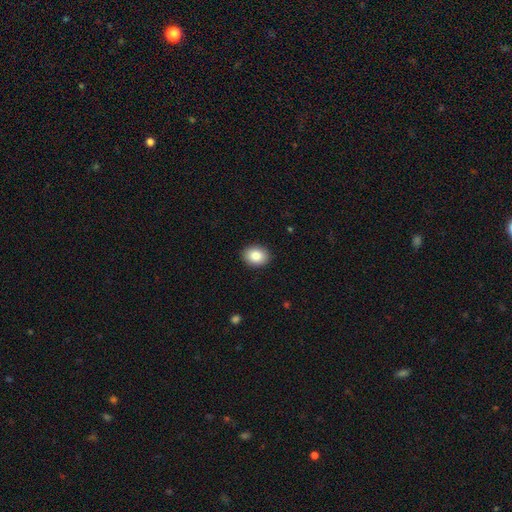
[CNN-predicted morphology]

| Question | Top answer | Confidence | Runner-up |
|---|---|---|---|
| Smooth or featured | smooth | 85% | star or artifact (8%) |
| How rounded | in between | 57% | round (42%) |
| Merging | none | 91% | minor disturbance (6%) |